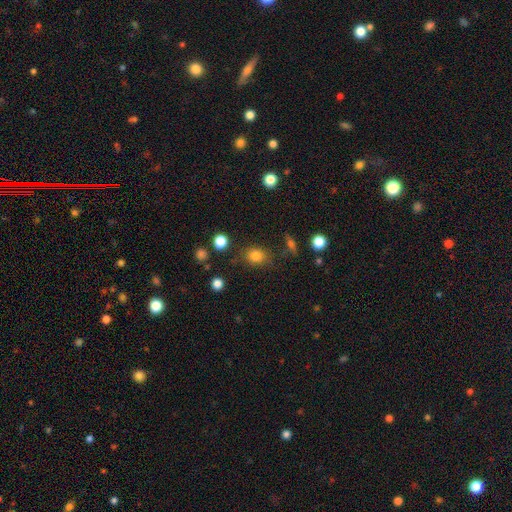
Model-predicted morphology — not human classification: A smooth galaxy with no disk features (82%) that is round (62%). Merging: none (77%).